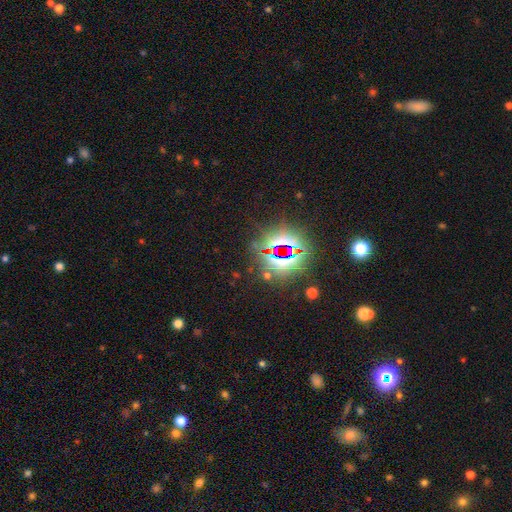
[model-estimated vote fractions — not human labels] Smooth or featured?
  - star or artifact: 82% *
  - smooth: 11%
  - featured or disk: 7%